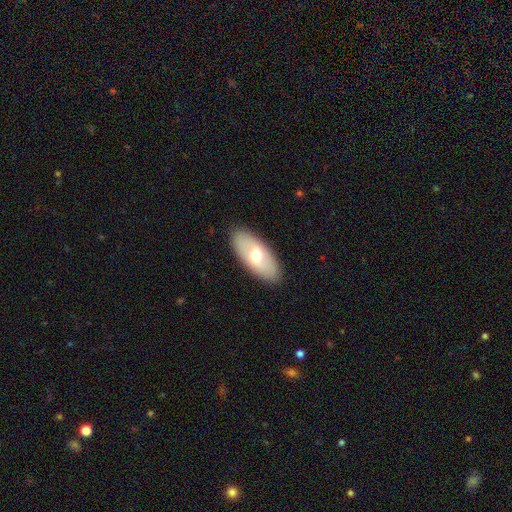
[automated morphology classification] This appears to be a smooth galaxy with no disk features (60%) that is in between round and cigar-shaped (89%). Merging: none (89%).